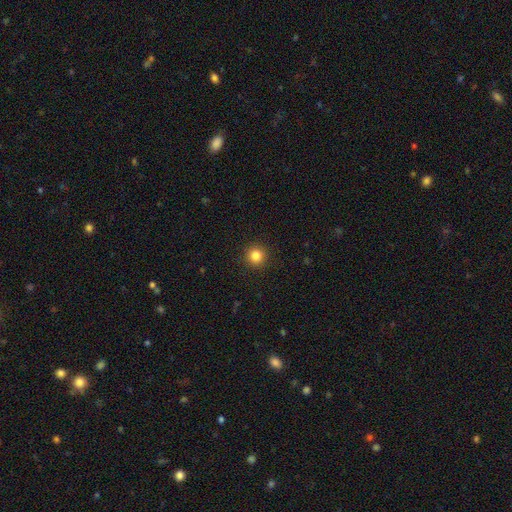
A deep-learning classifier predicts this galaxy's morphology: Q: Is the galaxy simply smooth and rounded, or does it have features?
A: smooth — 83%.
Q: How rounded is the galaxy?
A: round — 94%.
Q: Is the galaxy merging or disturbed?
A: none — 93%.